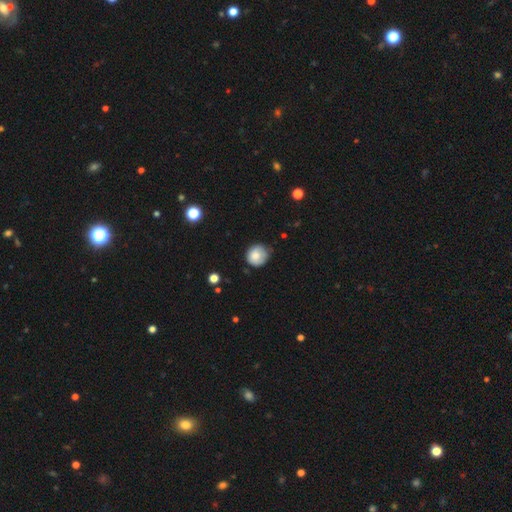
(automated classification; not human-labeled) smooth_or_featured: smooth (p=0.79) [alt: featured or disk p=0.13]
how_rounded: round (p=0.85) [alt: in between p=0.14]
merging: none (p=0.63) [alt: minor disturbance p=0.29]